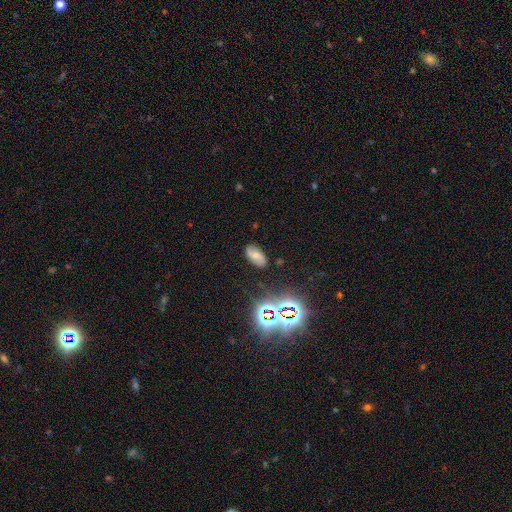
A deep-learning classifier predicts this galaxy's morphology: Smooth or featured?
  - smooth: 46% *
  - featured or disk: 35%
  - star or artifact: 19%
Merging?
  - none: 80% *
  - minor disturbance: 14%
  - major disturbance: 4%
  - merger: 2%